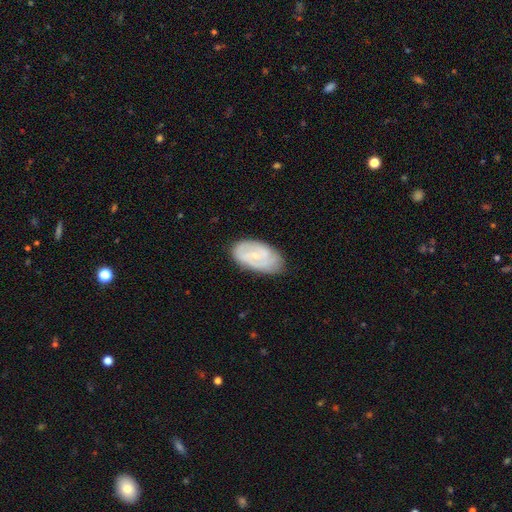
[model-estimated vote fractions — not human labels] smooth-or-featured: featured or disk: 64% | smooth: 29% | star or artifact: 6%
  disk-edge-on: no: 95% | yes: 5%
    bar: weak: 45% | no: 42% | strong: 12%
    has-spiral-arms: yes: 82% | no: 18%
      spiral-winding: tight: 49% | medium: 37% | loose: 14%
      spiral-arm-count: 2: 51% | can't tell: 32% | 3: 8% | 1: 4% | 4: 3% | more than 4: 2%
    bulge-size: small: 75% | moderate: 17% | none: 6% | large: 1% | dominant: 1%
  merging: none: 76% | minor disturbance: 19% | major disturbance: 4% | merger: 1%